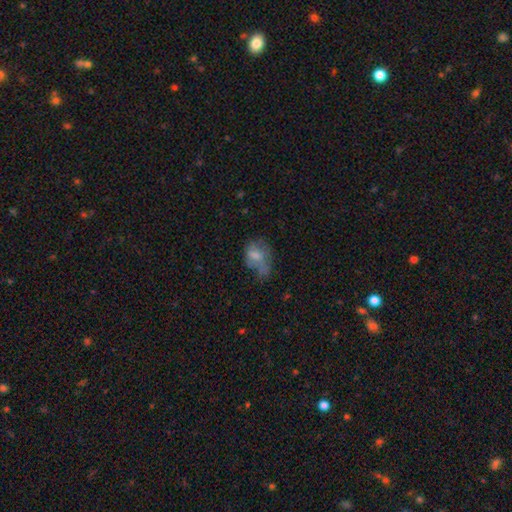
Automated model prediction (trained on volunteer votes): Smooth or featured?
  - smooth: 57% *
  - featured or disk: 31%
  - star or artifact: 13%
How rounded?
  - in between: 75% *
  - round: 23%
  - cigar-shaped: 2%
Merging?
  - none: 36% *
  - minor disturbance: 30%
  - major disturbance: 26%
  - merger: 9%